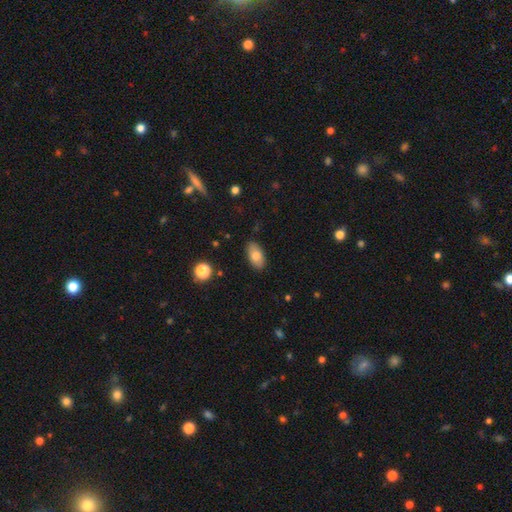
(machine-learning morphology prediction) A smooth galaxy with no disk features (77%) that is in between round and cigar-shaped (93%). Merging: none (86%).